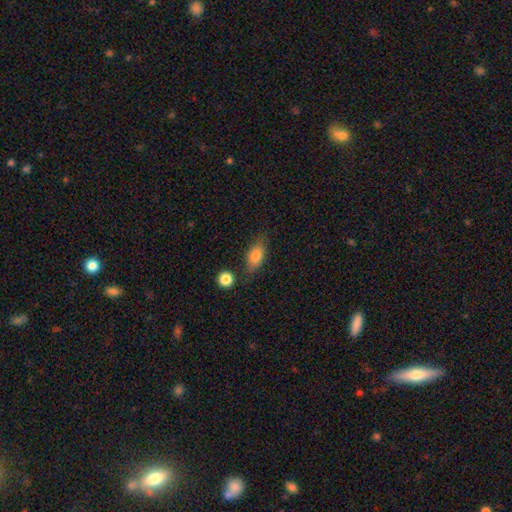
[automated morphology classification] smooth 80%, featured or disk 12%, star or artifact 8%. Down the decision tree: how rounded — in between (82%); merging — none (71%).